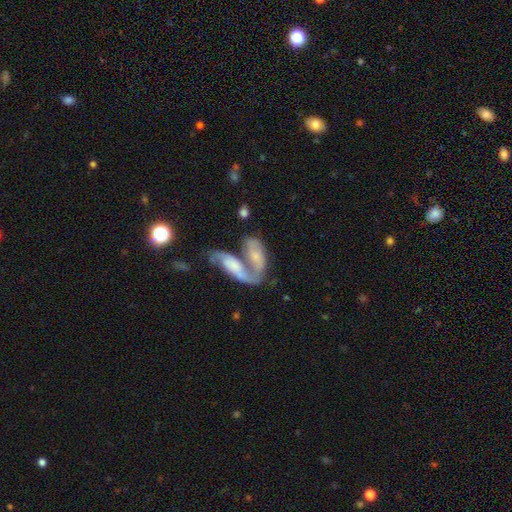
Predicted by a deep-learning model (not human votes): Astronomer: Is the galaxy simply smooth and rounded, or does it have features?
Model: featured or disk — 52% (runner-up: smooth, 40%).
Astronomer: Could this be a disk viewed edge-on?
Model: no — 89%.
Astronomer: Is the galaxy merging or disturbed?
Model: merger — 68%.